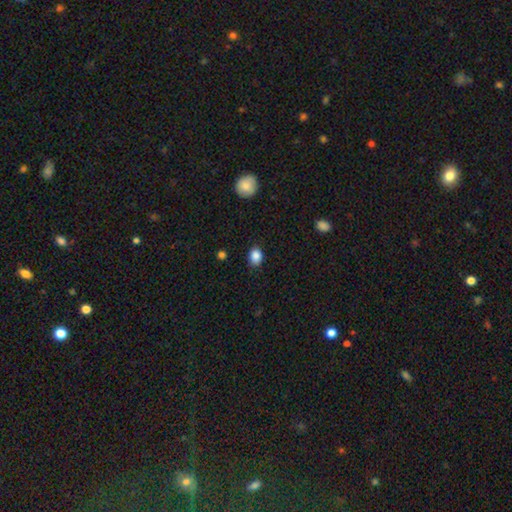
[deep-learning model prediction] A smooth galaxy with no disk features (86%) that is in between round and cigar-shaped (58%). Merging: none (83%).